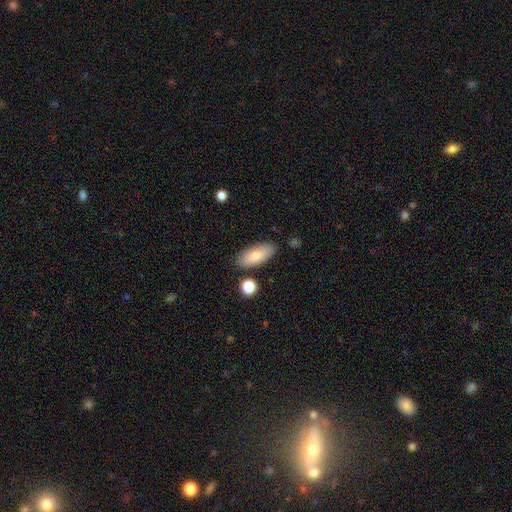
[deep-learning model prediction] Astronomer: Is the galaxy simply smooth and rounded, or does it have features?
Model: smooth — 83%.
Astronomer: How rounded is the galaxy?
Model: in between — 81%.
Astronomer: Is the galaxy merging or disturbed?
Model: none — 83%.